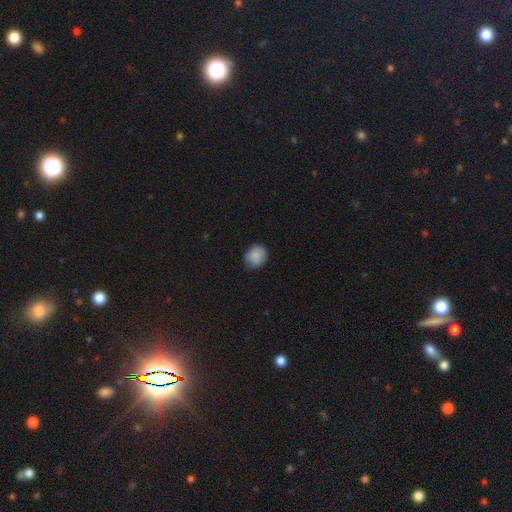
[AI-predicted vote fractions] A smooth galaxy with no disk features (85%) that is round (78%). Merging: none (74%).